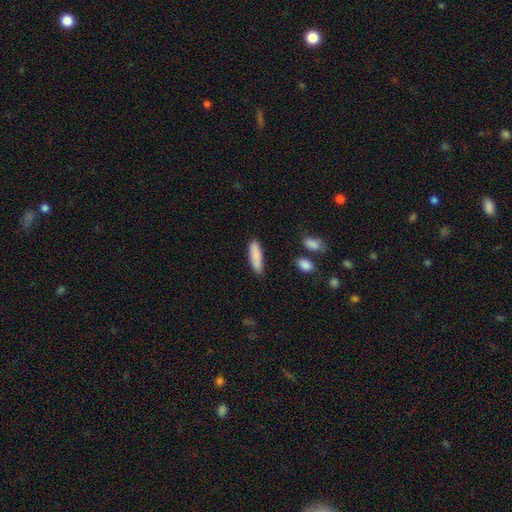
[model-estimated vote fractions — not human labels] Morphology: type=smooth (87%); roundness=cigar-shaped (62%); merging=none (85%).